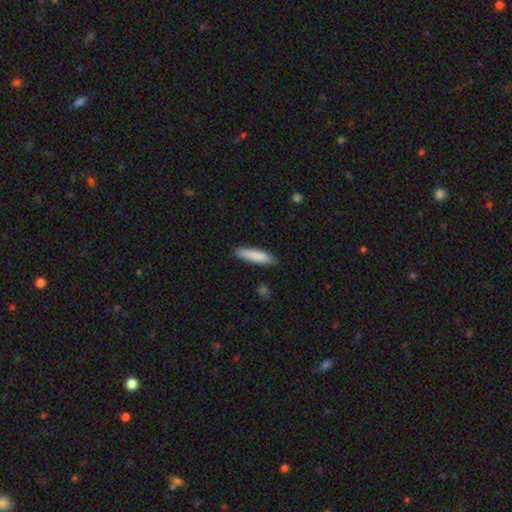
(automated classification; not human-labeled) smooth_or_featured: smooth (p=0.86) [alt: featured or disk p=0.09]
how_rounded: cigar-shaped (p=0.81) [alt: in between p=0.18]
merging: none (p=0.87) [alt: minor disturbance p=0.10]